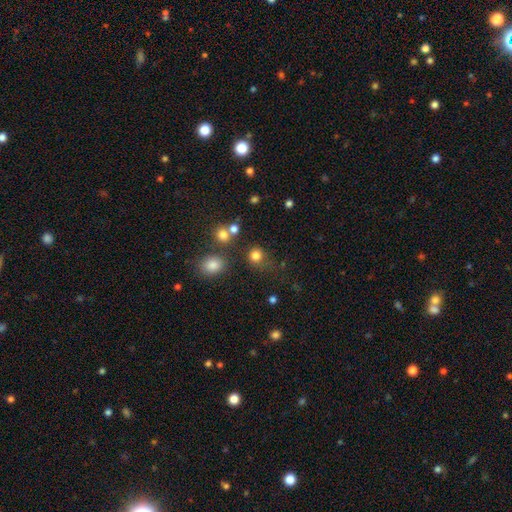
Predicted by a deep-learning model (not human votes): This appears to be a smooth galaxy with no disk features (79%) that is round (86%). Merging: none (68%).